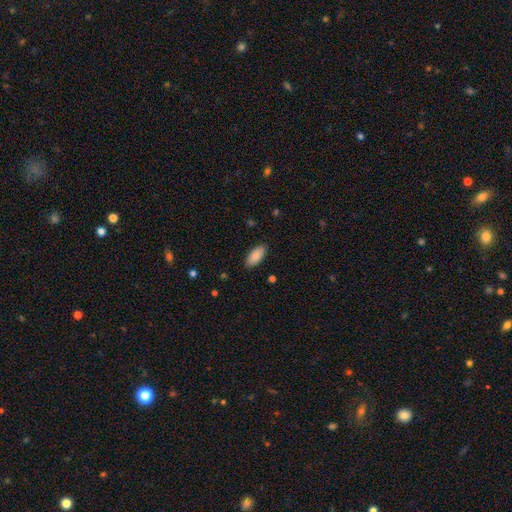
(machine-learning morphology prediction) The model was most divided on "how rounded": in between: 89%, cigar-shaped: 10%, round: 2%. More confident: smooth or featured — smooth (89%); merging — none (88%).